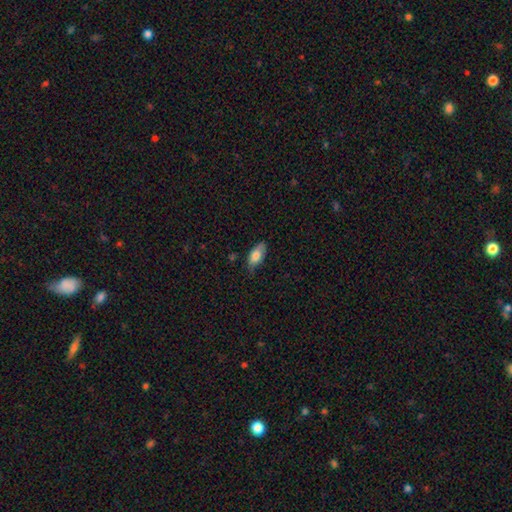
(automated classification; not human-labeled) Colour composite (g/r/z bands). It shows a smooth galaxy with no disk features (77%) that is in between round and cigar-shaped (88%). Merging: none (63%).